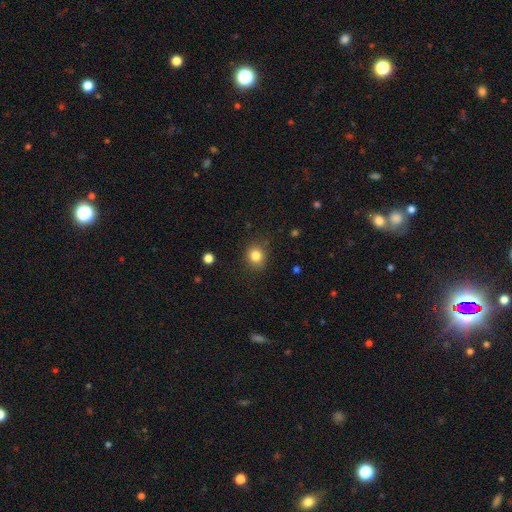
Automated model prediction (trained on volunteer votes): The model was most divided on "how rounded": round: 77%, in between: 22%, cigar-shaped: 1%. More confident: merging — none (83%); smooth or featured — smooth (83%).